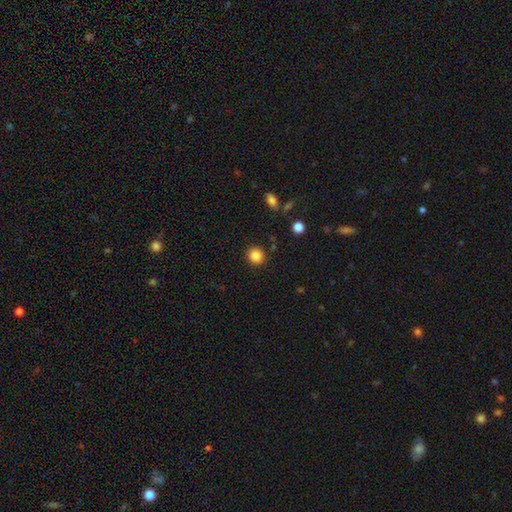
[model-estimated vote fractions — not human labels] This appears to be a smooth galaxy with no disk features (86%) that is round (88%). Merging: none (89%).